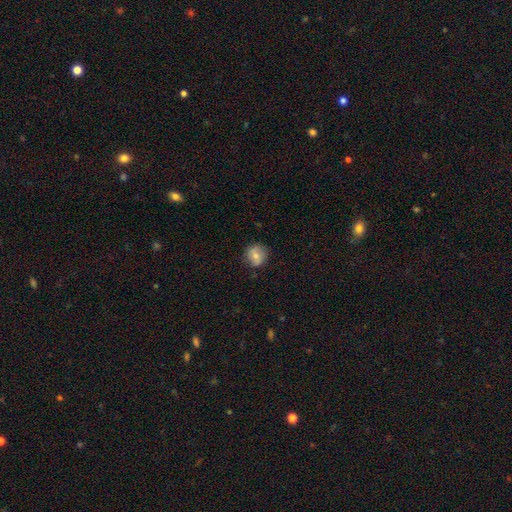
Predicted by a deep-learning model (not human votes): Q: Smooth or featured?
A: smooth (61%); runner-up: featured or disk (30%)
Q: How rounded?
A: round (81%); runner-up: in between (18%)
Q: Merging?
A: none (78%); runner-up: minor disturbance (16%)